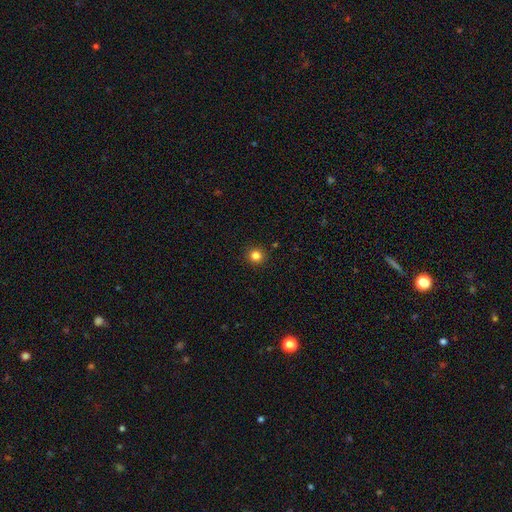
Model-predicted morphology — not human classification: Smooth or featured? Predicted: smooth (p=0.83). How rounded? Predicted: round (p=0.94). Merging? Predicted: none (p=0.92).